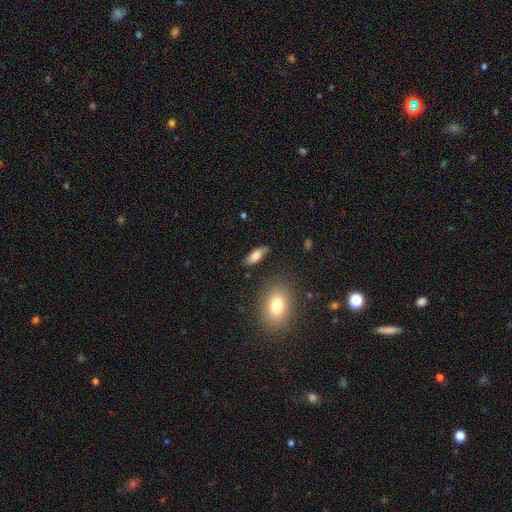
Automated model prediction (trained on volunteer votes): The model was most divided on "how rounded": in between: 69%, cigar-shaped: 28%, round: 3%. More confident: merging — none (81%); smooth or featured — smooth (79%).